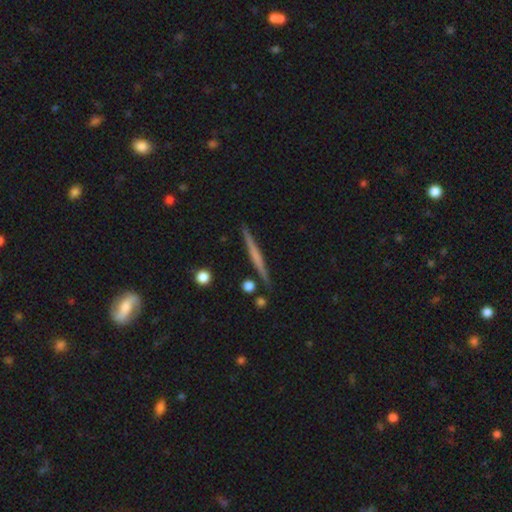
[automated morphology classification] This appears to be a featured or disk galaxy (57%) viewed edge-on (98%) with no central bulge (72%). Merging: none (90%).